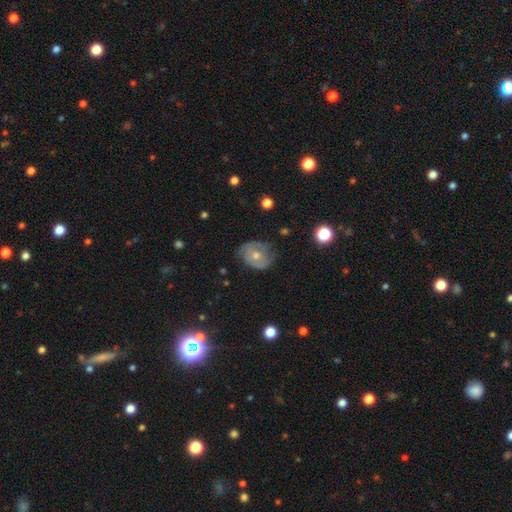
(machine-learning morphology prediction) smooth-or-featured: featured or disk: 57% | smooth: 31% | star or artifact: 12%
  disk-edge-on: no: 95% | yes: 5%
    bar: no: 77% | weak: 18% | strong: 5%
    has-spiral-arms: yes: 61% | no: 39%
    bulge-size: moderate: 62% | small: 34% | large: 2% | none: 1% | dominant: 1%
  merging: none: 70% | minor disturbance: 22% | major disturbance: 7% | merger: 1%